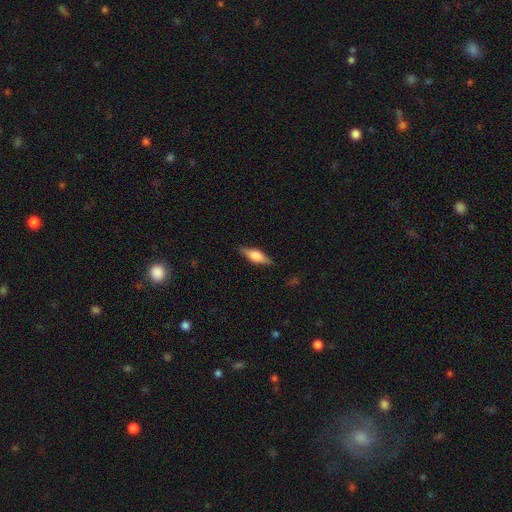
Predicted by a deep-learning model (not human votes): Smooth or featured? Predicted: featured or disk (p=0.47). Merging? Predicted: none (p=0.85).